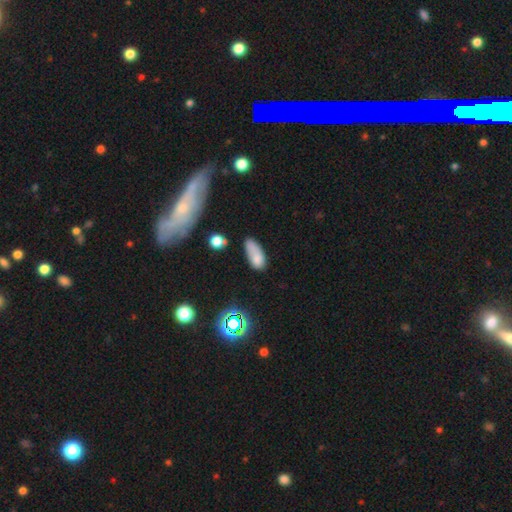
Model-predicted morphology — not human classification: A smooth galaxy with no disk features (74%) that is in between round and cigar-shaped (85%).

Vote fractions:
- Smooth or featured? smooth: 74% / featured or disk: 13% / star or artifact: 13%
- How rounded? in between: 85% / cigar-shaped: 10% / round: 5%
- Merging? none: 38% / minor disturbance: 31% / major disturbance: 16% / merger: 15%